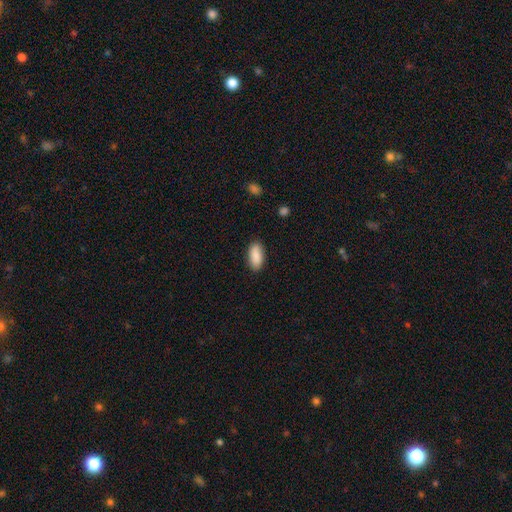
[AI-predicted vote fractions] Morphology: type=smooth (90%); roundness=in between (89%); merging=none (88%).